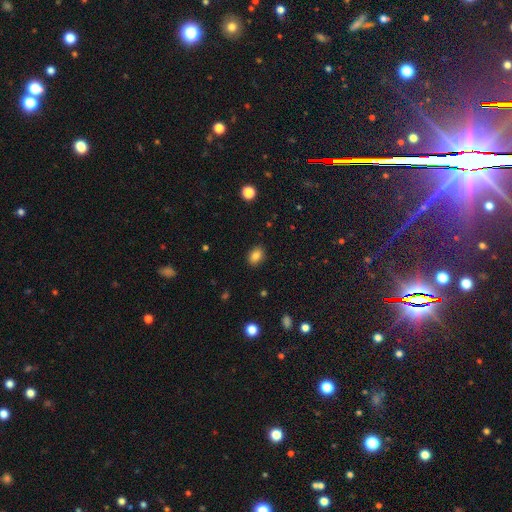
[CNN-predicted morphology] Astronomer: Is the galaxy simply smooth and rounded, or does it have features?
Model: smooth — 84%.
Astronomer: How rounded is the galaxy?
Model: in between — 68%.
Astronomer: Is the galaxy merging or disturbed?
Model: none — 88%.